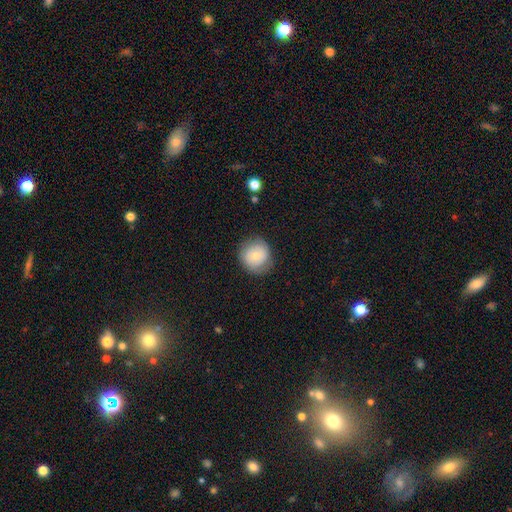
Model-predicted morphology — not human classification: Smooth or featured?
  - smooth: 62% *
  - featured or disk: 30%
  - star or artifact: 8%
How rounded?
  - round: 89% *
  - in between: 10%
  - cigar-shaped: 1%
Merging?
  - none: 78% *
  - minor disturbance: 15%
  - major disturbance: 5%
  - merger: 1%